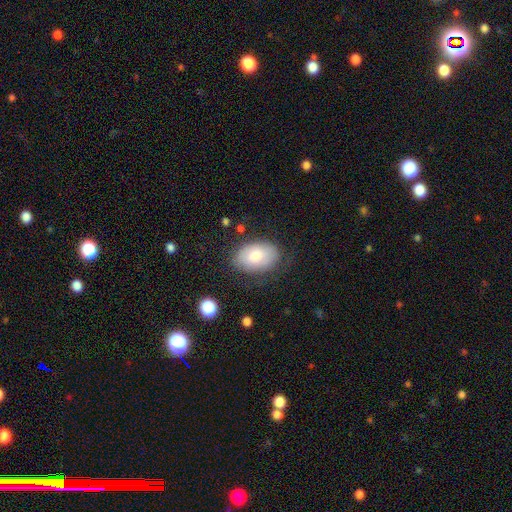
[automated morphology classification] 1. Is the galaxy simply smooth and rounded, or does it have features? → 76% smooth, 17% featured or disk, 7% star or artifact.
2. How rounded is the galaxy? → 89% in between, 10% round, 1% cigar-shaped.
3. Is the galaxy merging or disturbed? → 72% none, 19% minor disturbance, 7% major disturbance, 2% merger.